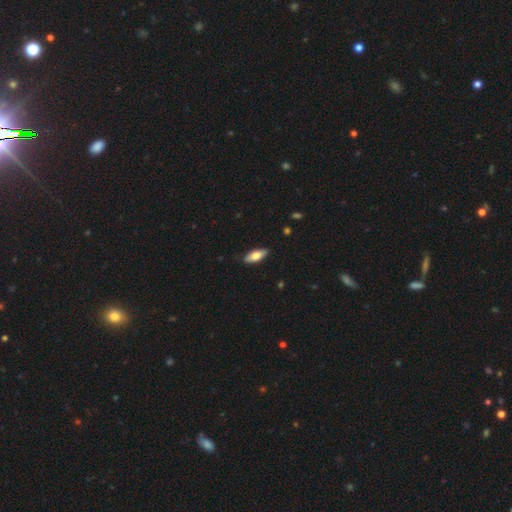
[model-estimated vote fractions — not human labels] Overall: smooth (69%). How rounded: in between (73%). Merging: none (85%).